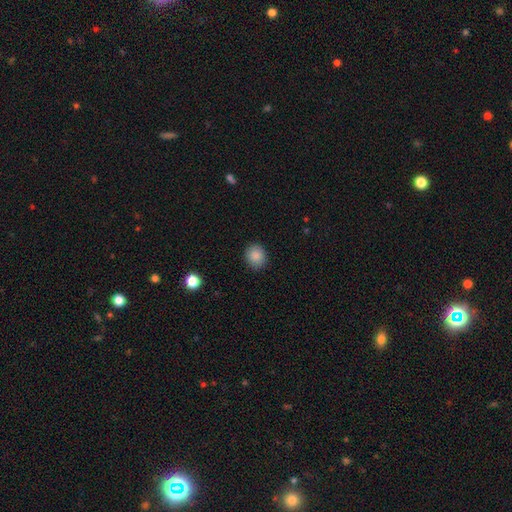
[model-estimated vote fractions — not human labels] A smooth galaxy with no disk features (87%) that is round (82%).

Vote fractions:
- Smooth or featured? smooth: 87% / star or artifact: 9% / featured or disk: 4%
- How rounded? round: 82% / in between: 18% / cigar-shaped: 1%
- Merging? none: 90% / minor disturbance: 7% / major disturbance: 2% / merger: 1%